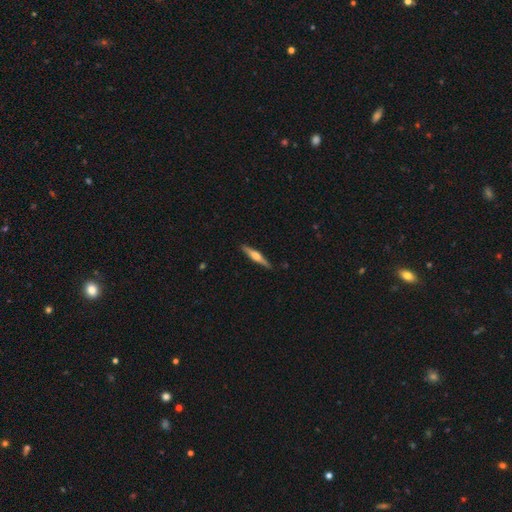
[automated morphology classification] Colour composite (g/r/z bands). It shows a featured or disk galaxy (59%) viewed edge-on (97%) with a rounded central bulge (85%). Merging: none (87%).